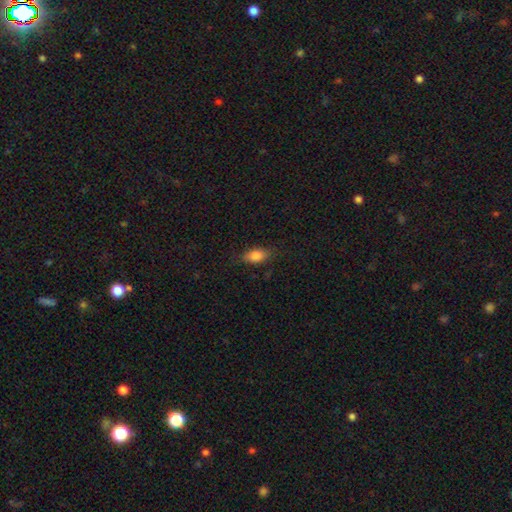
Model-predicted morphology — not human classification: Overall: smooth (84%). How rounded: in between (87%). Merging: none (80%).